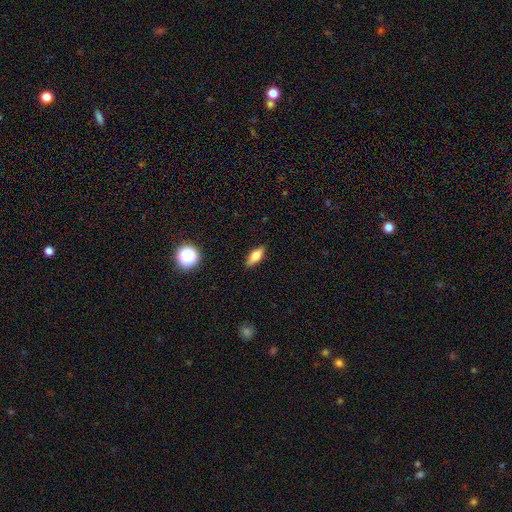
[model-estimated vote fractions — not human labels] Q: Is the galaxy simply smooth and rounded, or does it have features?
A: smooth — 65%.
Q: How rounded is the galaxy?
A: in between — 66%.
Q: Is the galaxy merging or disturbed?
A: none — 87%.